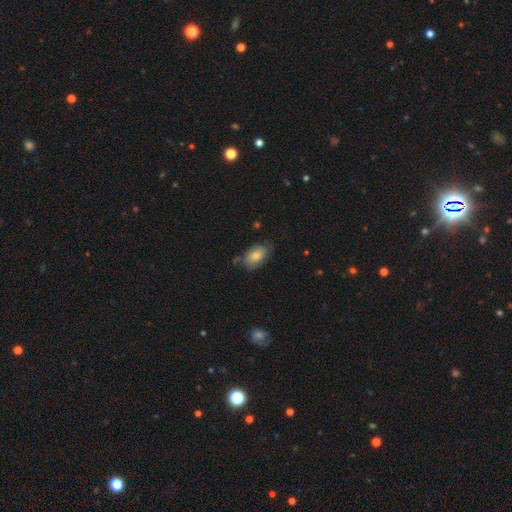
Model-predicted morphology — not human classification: Smooth or featured? smooth (64%)
How rounded? in between (89%)
Merging? none (63%)